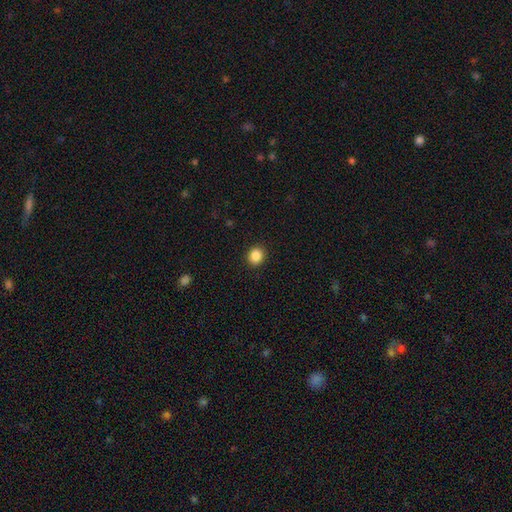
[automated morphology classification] smooth-or-featured: smooth: 87% | star or artifact: 10% | featured or disk: 3%
  how-rounded: round: 79% | in between: 20% | cigar-shaped: 1%
  merging: none: 92% | minor disturbance: 6% | major disturbance: 2% | merger: 1%